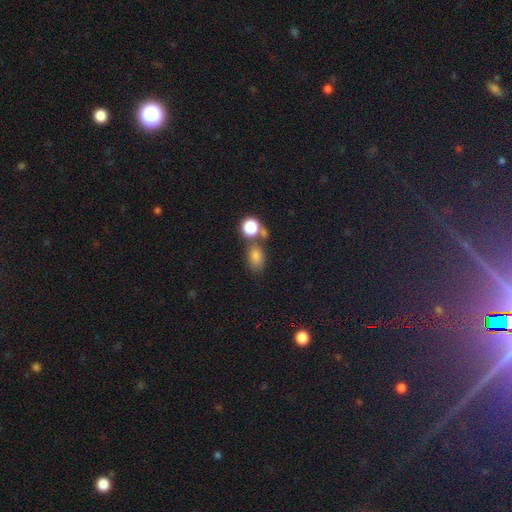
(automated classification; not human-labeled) smooth 77%, star or artifact 16%, featured or disk 8%. Down the decision tree: how rounded — in between (71%); merging — none (57%).